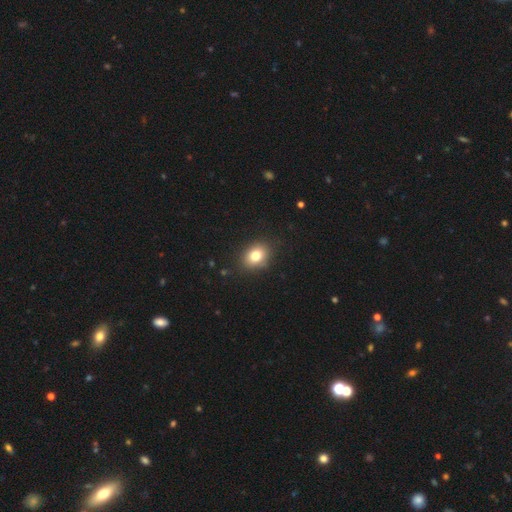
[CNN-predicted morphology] Smooth or featured? smooth (79%)
How rounded? in between (57%)
Merging? none (85%)